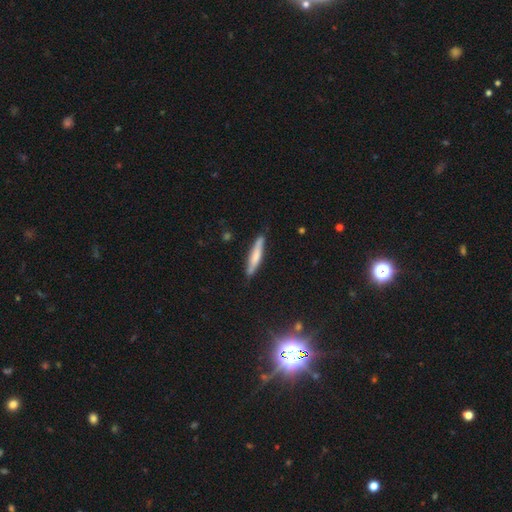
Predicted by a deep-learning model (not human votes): Q: Smooth or featured?
A: smooth (62%); runner-up: featured or disk (32%)
Q: How rounded?
A: cigar-shaped (90%); runner-up: in between (8%)
Q: Merging?
A: none (84%); runner-up: minor disturbance (12%)